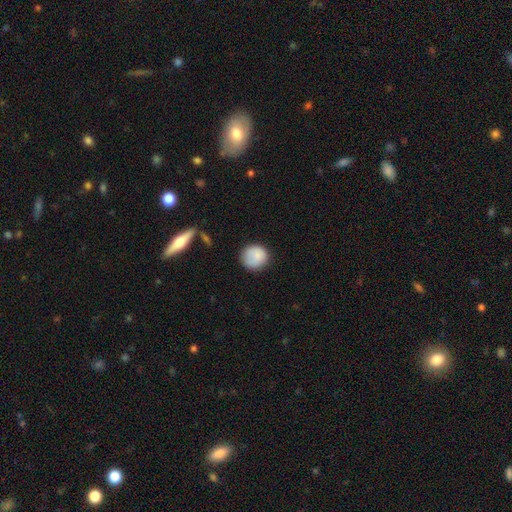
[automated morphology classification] type=smooth (85%); roundness=round (89%); merging=none (76%).